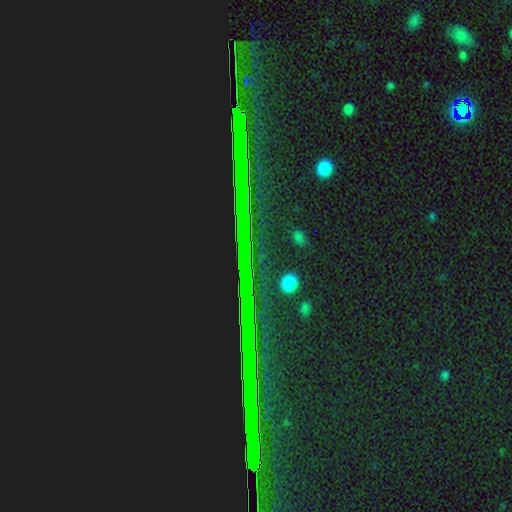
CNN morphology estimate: A star or artifact, not a galaxy (86%).